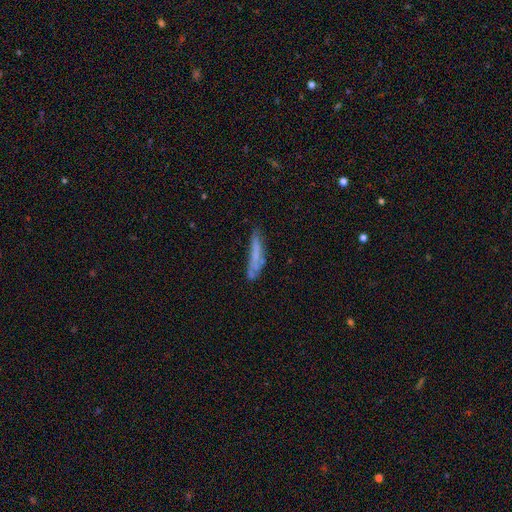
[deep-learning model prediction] Smooth or featured? Predicted: smooth (p=0.58). How rounded? Predicted: cigar-shaped (p=0.86). Merging? Predicted: none (p=0.56).